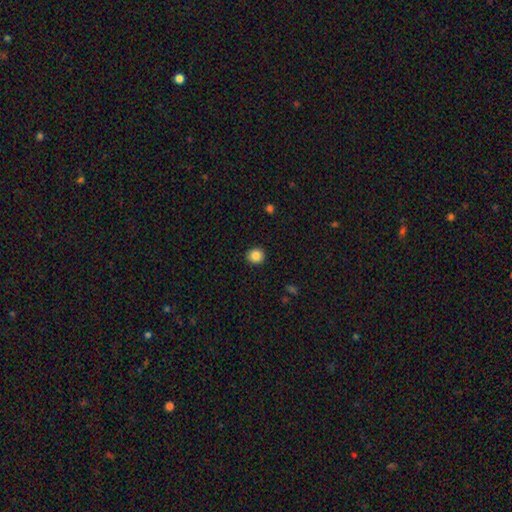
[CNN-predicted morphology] smooth-or-featured: smooth: 86% | star or artifact: 10% | featured or disk: 4%
  how-rounded: round: 85% | in between: 14% | cigar-shaped: 1%
  merging: none: 91% | minor disturbance: 6% | major disturbance: 2% | merger: 1%